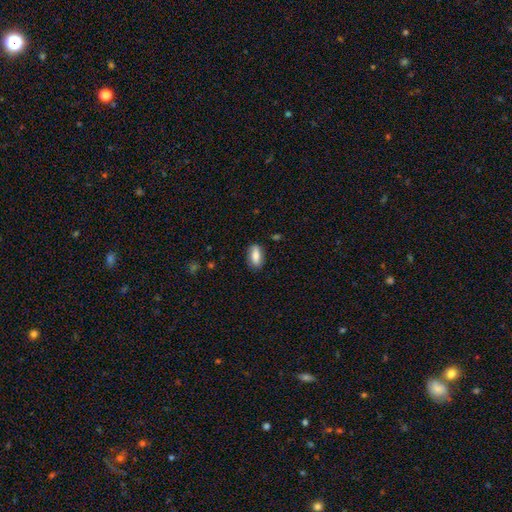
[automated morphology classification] smooth-or-featured: smooth: 77% | featured or disk: 16% | star or artifact: 7%
  how-rounded: in between: 85% | cigar-shaped: 11% | round: 4%
  merging: none: 82% | minor disturbance: 14% | major disturbance: 3% | merger: 1%